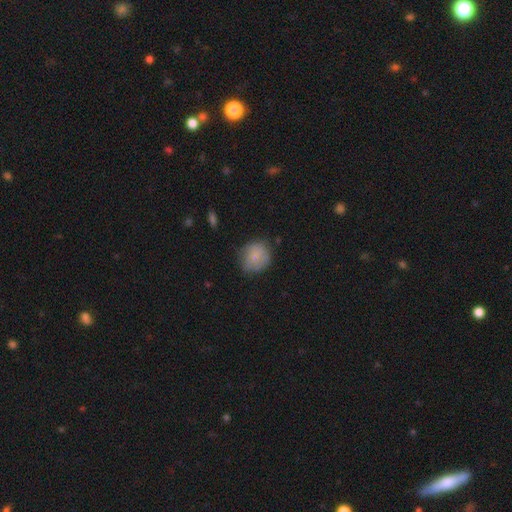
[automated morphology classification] smooth-or-featured: smooth: 79% | featured or disk: 13% | star or artifact: 8%
  how-rounded: round: 75% | in between: 24% | cigar-shaped: 1%
  merging: none: 67% | minor disturbance: 25% | major disturbance: 7% | merger: 2%